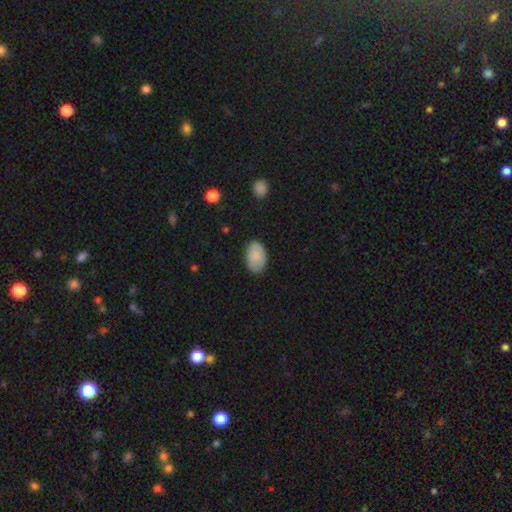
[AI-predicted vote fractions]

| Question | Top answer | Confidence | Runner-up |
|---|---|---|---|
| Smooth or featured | smooth | 87% | featured or disk (7%) |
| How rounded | in between | 91% | round (8%) |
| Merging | none | 83% | minor disturbance (13%) |